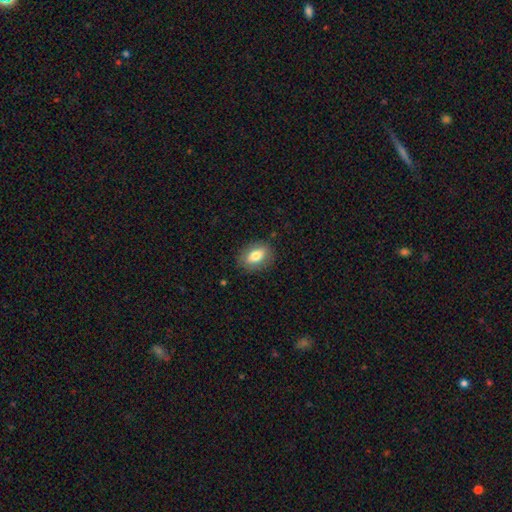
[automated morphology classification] This appears to be a smooth galaxy with no disk features (76%) that is in between round and cigar-shaped (83%). Merging: none (84%).